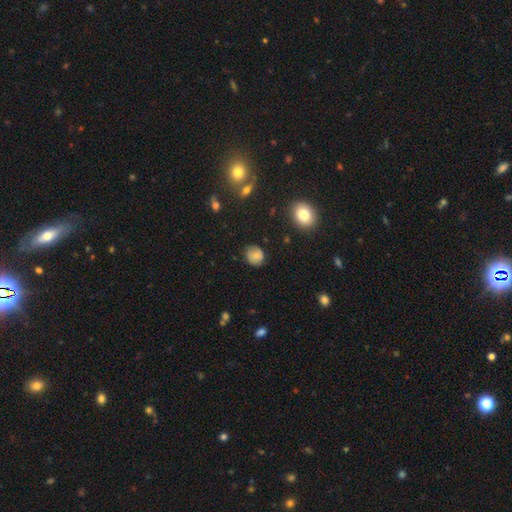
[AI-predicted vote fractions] This appears to be a smooth galaxy with no disk features (74%) that is round (68%). Merging: none (77%).